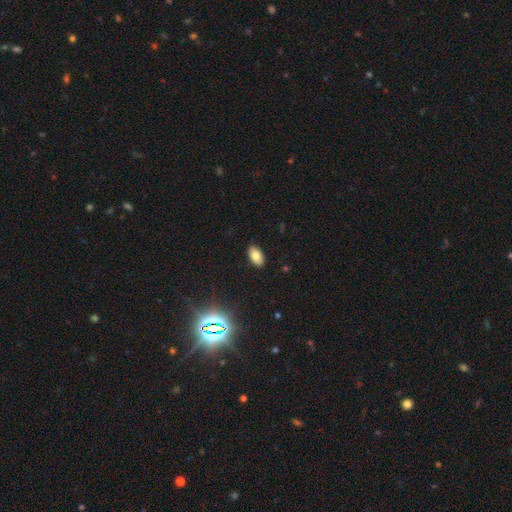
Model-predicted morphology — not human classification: This is likely a smooth galaxy (76%). How rounded: clearly in between (94%). Merging: clearly none (89%).